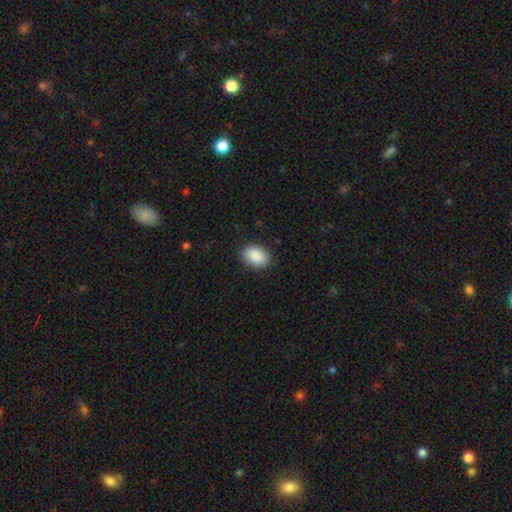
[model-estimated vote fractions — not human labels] Q: Smooth or featured?
A: smooth (90%); runner-up: star or artifact (7%)
Q: How rounded?
A: in between (87%); runner-up: round (12%)
Q: Merging?
A: none (87%); runner-up: minor disturbance (10%)